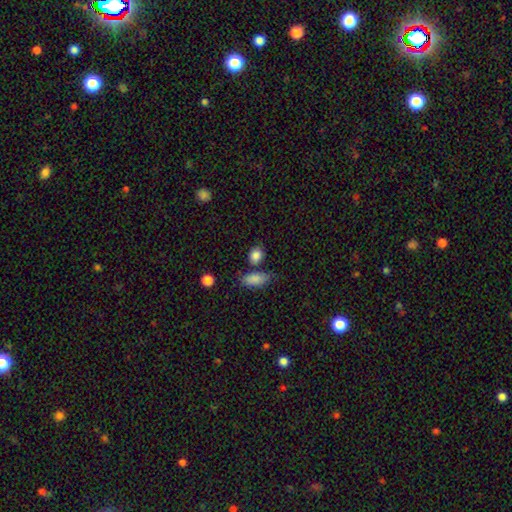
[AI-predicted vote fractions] Smooth or featured? smooth (86%)
How rounded? round (53%)
Merging? none (69%)